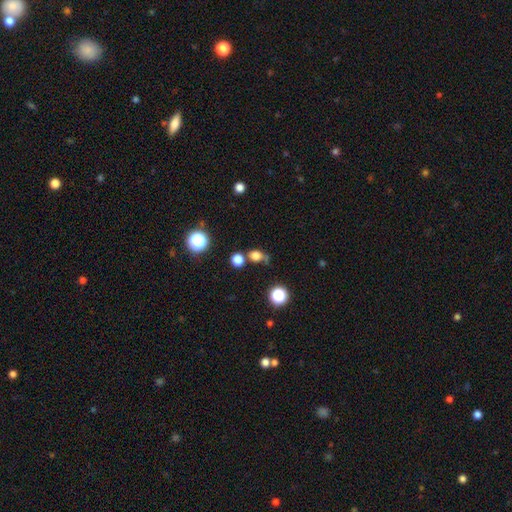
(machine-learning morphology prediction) Q: Smooth or featured?
A: smooth (75%); runner-up: star or artifact (17%)
Q: How rounded?
A: round (66%); runner-up: in between (32%)
Q: Merging?
A: none (55%); runner-up: minor disturbance (20%)